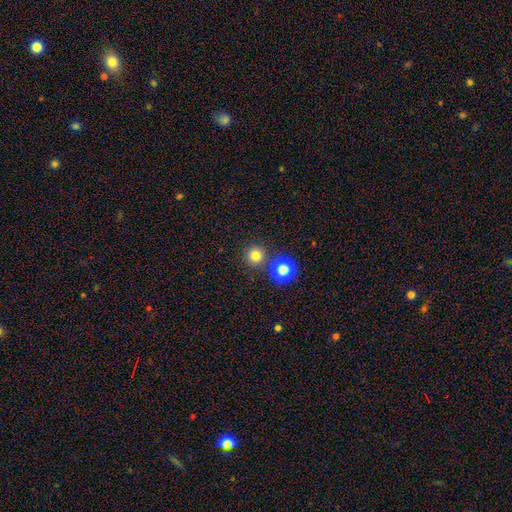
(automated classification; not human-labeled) Morphology: type=smooth (78%); roundness=round (94%); merging=none (80%).